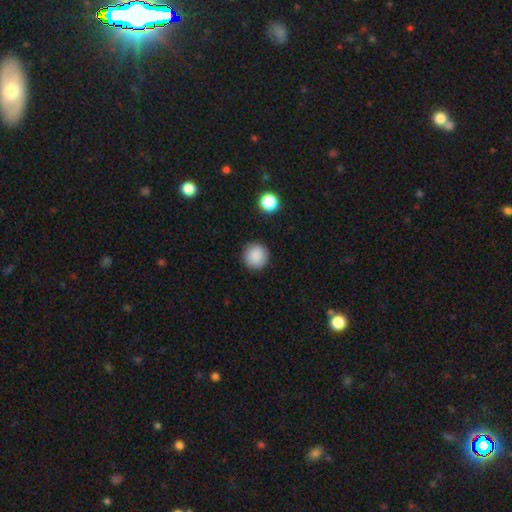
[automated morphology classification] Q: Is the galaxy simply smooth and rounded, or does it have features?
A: smooth — 88%.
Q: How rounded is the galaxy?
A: round — 95%.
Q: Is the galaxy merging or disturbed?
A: none — 91%.